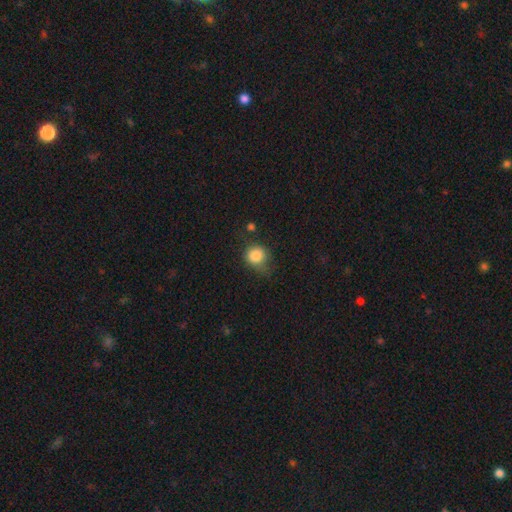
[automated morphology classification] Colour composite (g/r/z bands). It shows a smooth galaxy with no disk features (83%) that is round (81%). Merging: none (51%).